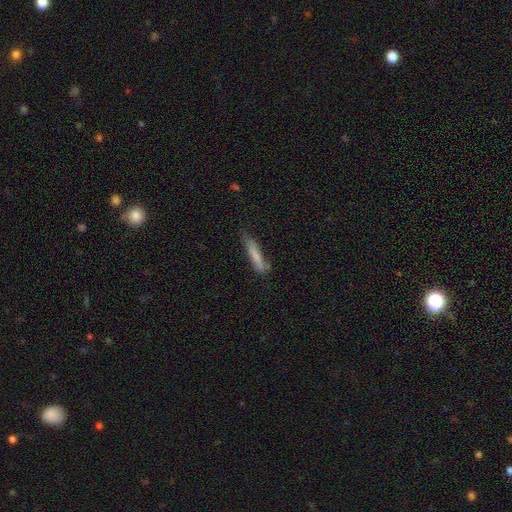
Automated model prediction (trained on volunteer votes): smooth_or_featured: smooth (p=0.76) [alt: featured or disk p=0.18]
how_rounded: cigar-shaped (p=0.90) [alt: in between p=0.09]
merging: none (p=0.67) [alt: minor disturbance p=0.24]